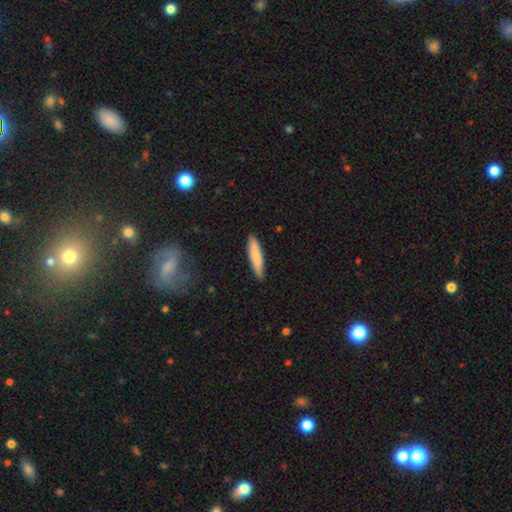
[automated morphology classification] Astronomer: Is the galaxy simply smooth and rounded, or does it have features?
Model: smooth — 80%.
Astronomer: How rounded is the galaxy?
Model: cigar-shaped — 85%.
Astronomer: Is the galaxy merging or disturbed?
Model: none — 88%.